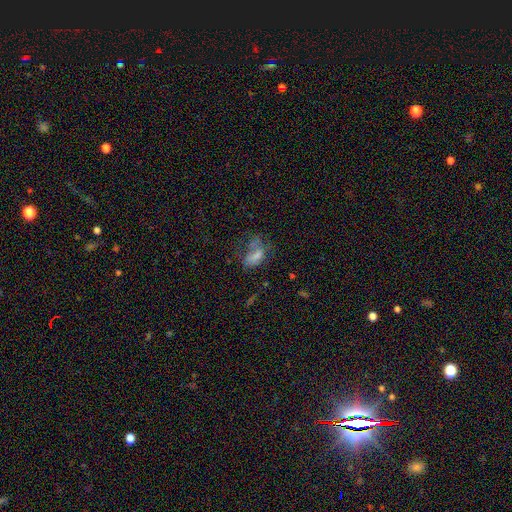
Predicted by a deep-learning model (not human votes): Q: Smooth or featured?
A: smooth (59%); runner-up: featured or disk (25%)
Q: How rounded?
A: in between (86%); runner-up: round (9%)
Q: Merging?
A: major disturbance (41%); runner-up: none (26%)